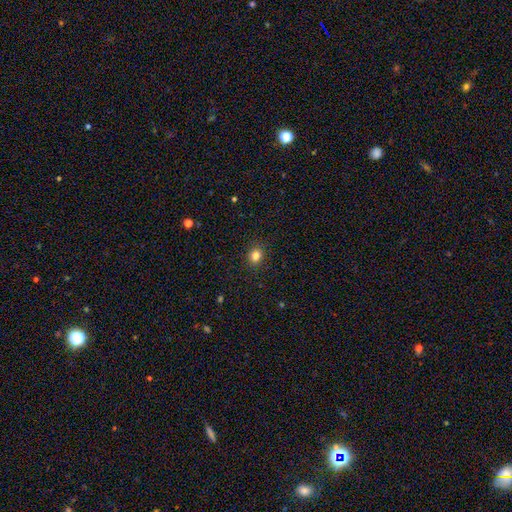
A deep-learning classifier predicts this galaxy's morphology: This appears to be a smooth galaxy with no disk features (82%) that is round (66%). Merging: none (90%).